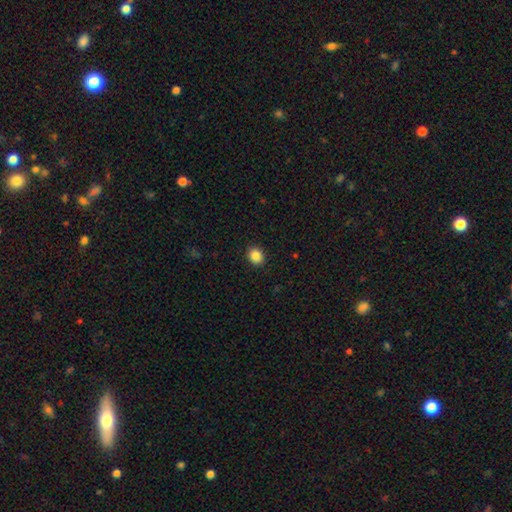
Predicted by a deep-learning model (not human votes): Smooth or featured?
  - smooth: 86% *
  - star or artifact: 10%
  - featured or disk: 4%
How rounded?
  - round: 62% *
  - in between: 38%
  - cigar-shaped: 1%
Merging?
  - none: 91% *
  - minor disturbance: 6%
  - major disturbance: 2%
  - merger: 1%